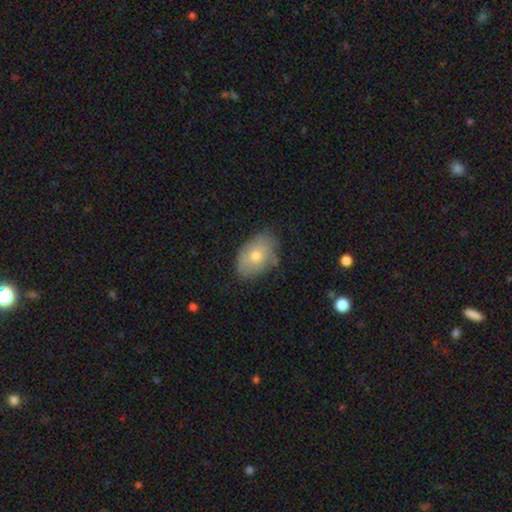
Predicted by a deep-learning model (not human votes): Overall: smooth (68%). How rounded: in between (86%). Merging: none (72%).